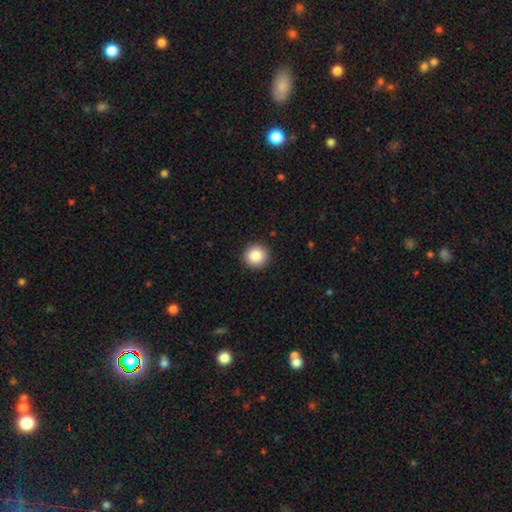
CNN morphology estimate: smooth 86%, star or artifact 9%, featured or disk 4%. Down the decision tree: how rounded — round (95%); merging — none (93%).